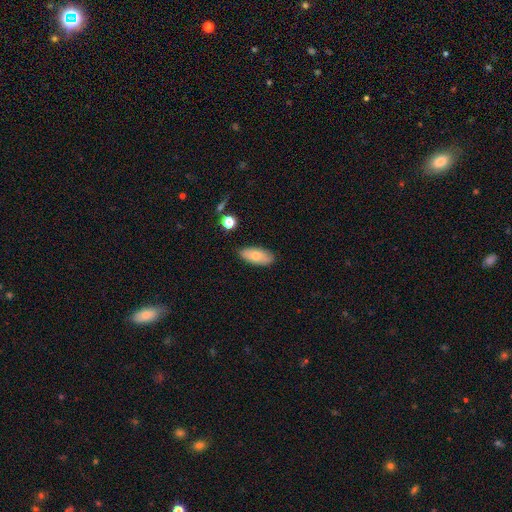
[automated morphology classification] smooth 74%, featured or disk 19%, star or artifact 7%. Down the decision tree: how rounded — in between (87%); merging — none (83%).